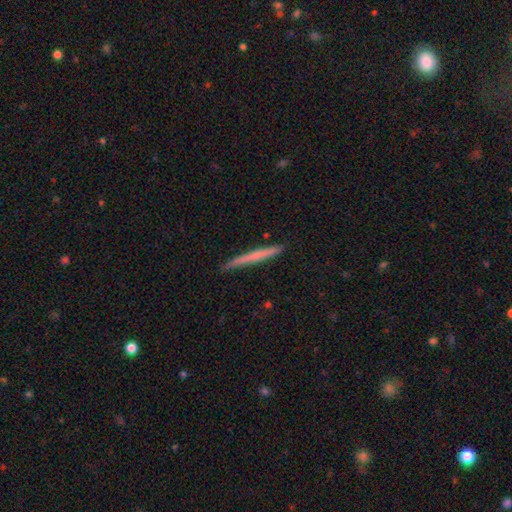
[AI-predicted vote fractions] The model was most divided on "smooth or featured": smooth: 57%, featured or disk: 38%, star or artifact: 5%. More confident: how rounded — cigar-shaped (97%); merging — none (89%).